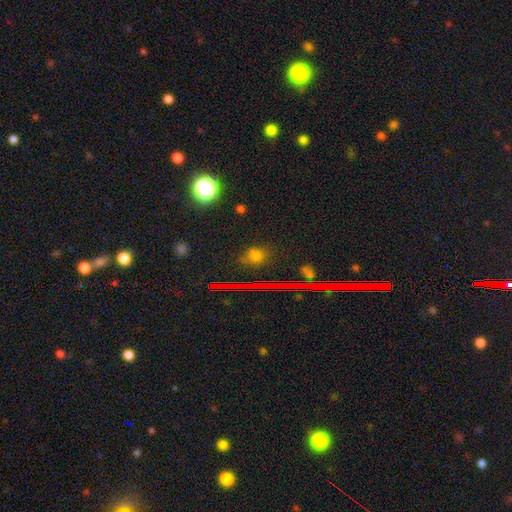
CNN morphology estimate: This appears to be a smooth galaxy with no disk features (59%) that is round (54%). Merging: none (77%).